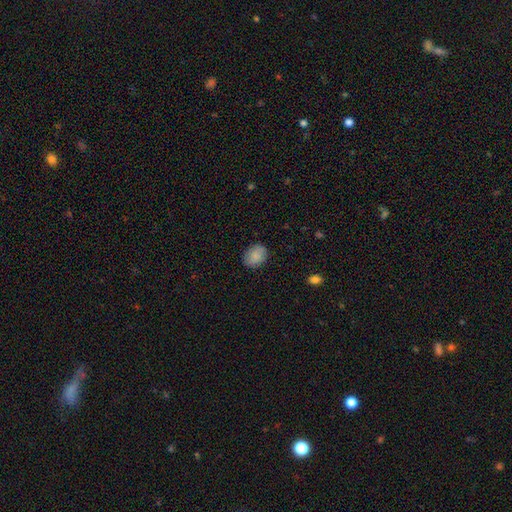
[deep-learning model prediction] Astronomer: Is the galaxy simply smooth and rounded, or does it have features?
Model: smooth — 87%.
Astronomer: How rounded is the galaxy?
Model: in between — 62% (runner-up: round, 37%).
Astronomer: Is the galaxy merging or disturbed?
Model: none — 85%.